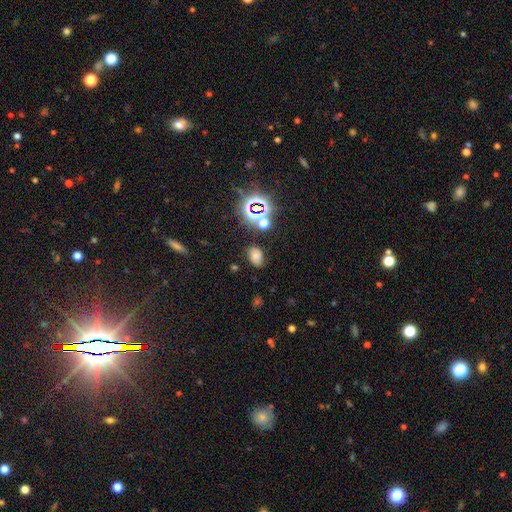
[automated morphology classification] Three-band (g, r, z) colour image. It shows a smooth galaxy with no disk features (61%) that is in between round and cigar-shaped (80%). Merging: none (75%).